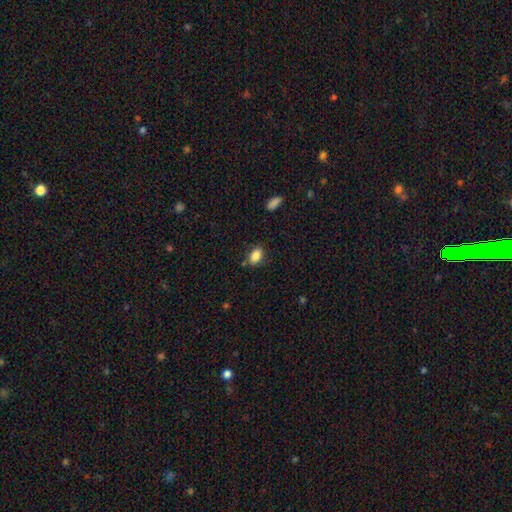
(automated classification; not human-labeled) smooth 86%, star or artifact 9%, featured or disk 5%. Down the decision tree: how rounded — in between (78%); merging — none (77%).